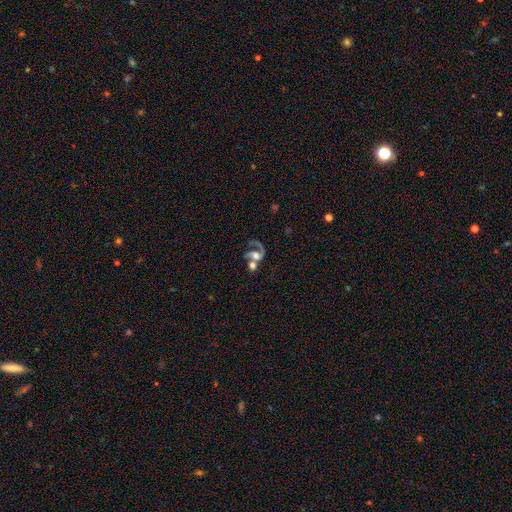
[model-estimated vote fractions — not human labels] The model was most divided on "bulge size": moderate: 39%, large: 31%, small: 14%, none: 9%, dominant: 6%. More confident: edge-on disk — no (97%); spiral arms — yes (84%); smooth or featured — featured or disk (67%); bar — no (61%); spiral arm count — 1 (57%); spiral winding — loose (52%); merging — merger (52%).